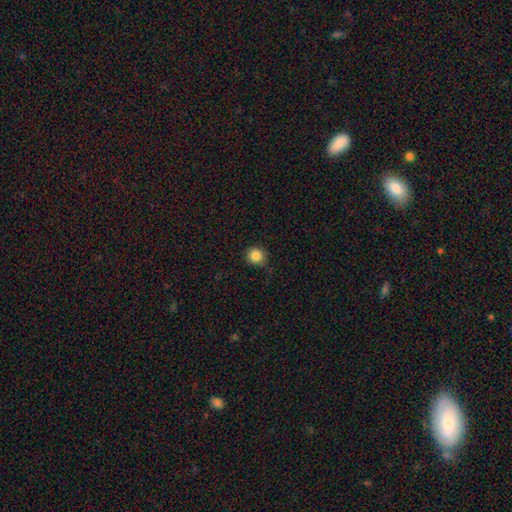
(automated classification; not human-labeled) Smooth or featured: smooth — 84% (star or artifact — 11%)
How rounded: round — 93% (in between — 6%)
Merging: none — 82% (minor disturbance — 14%)